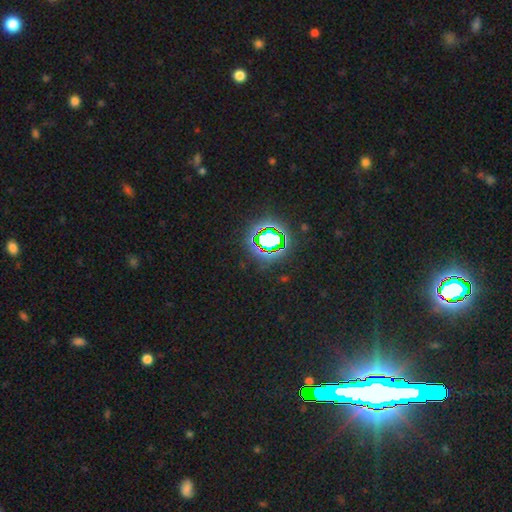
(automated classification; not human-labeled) This is clearly a star or artifact rather than a galaxy (83%).